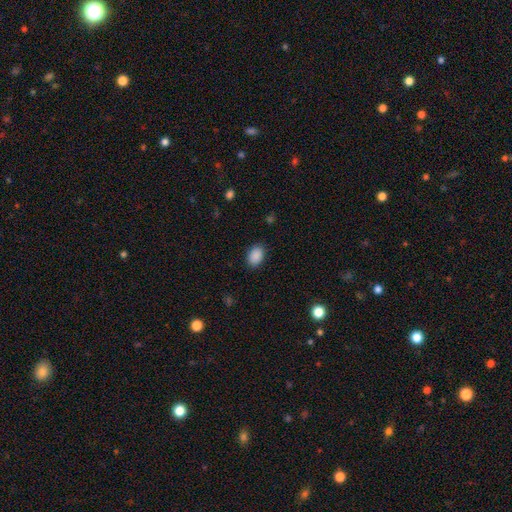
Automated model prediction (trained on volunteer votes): The model was most divided on "how rounded": in between: 80%, round: 19%, cigar-shaped: 1%. More confident: smooth or featured — smooth (90%); merging — none (87%).